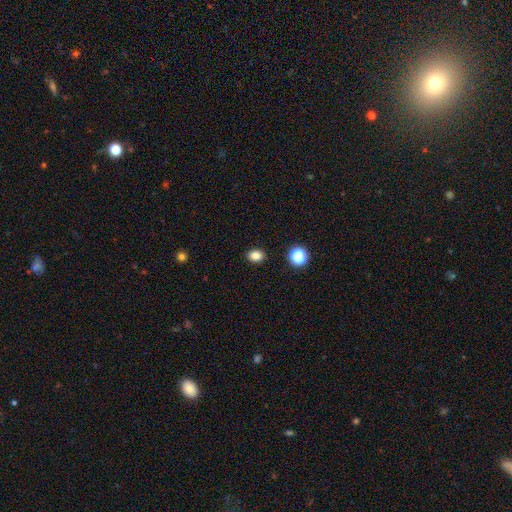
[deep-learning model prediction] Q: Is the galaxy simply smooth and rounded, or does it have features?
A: smooth — 83%.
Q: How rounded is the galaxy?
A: in between — 62%.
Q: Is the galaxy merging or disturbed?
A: none — 90%.